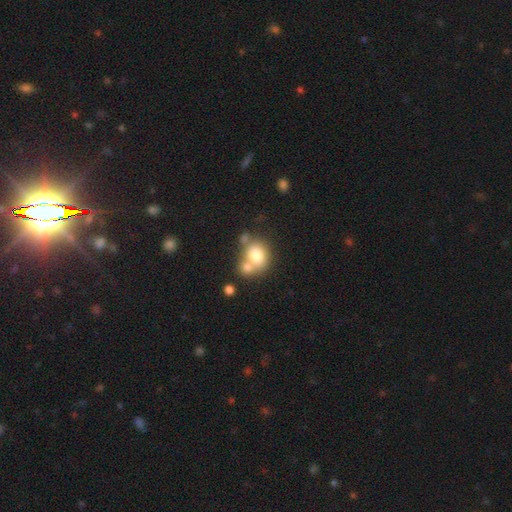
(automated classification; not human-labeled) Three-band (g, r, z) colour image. It shows a smooth galaxy with no disk features (74%) that is round (60%). Merging: merger (50%).